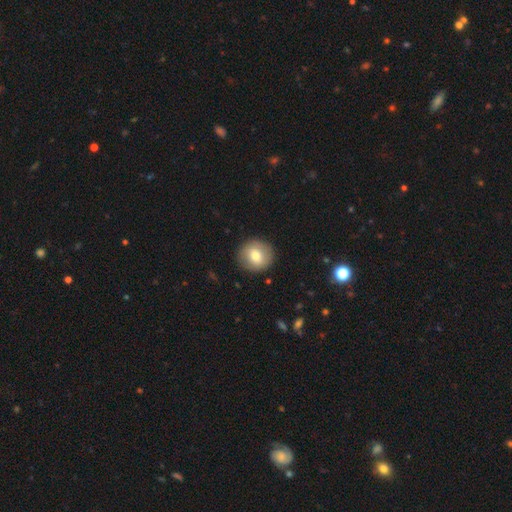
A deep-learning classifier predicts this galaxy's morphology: Smooth or featured: smooth — 75% (featured or disk — 17%)
How rounded: round — 90% (in between — 9%)
Merging: none — 89% (minor disturbance — 8%)